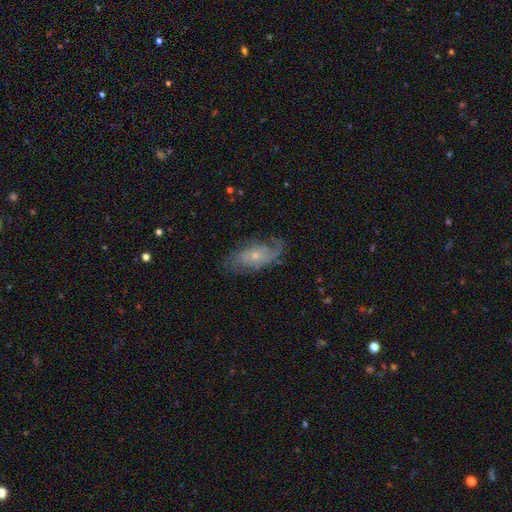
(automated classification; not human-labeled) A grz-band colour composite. It shows a featured or disk galaxy (76%) with no bar (75%), 2 (48%) medium (41%) spiral arms (91%) and a small central bulge (65%). Merging: none (69%).